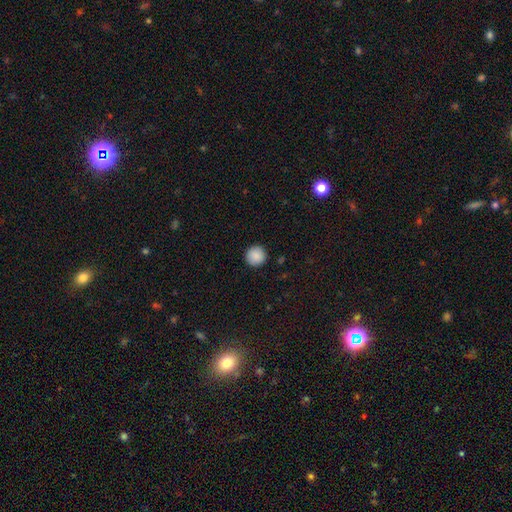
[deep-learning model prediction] Morphology: type=smooth (89%); roundness=round (95%); merging=none (92%).